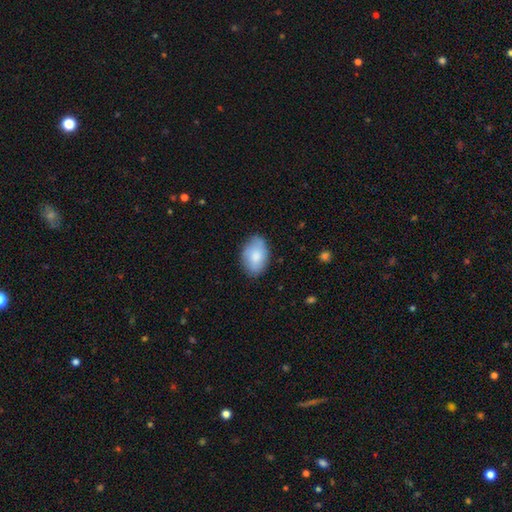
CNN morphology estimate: Smooth or featured? smooth (78%)
How rounded? in between (88%)
Merging? none (77%)